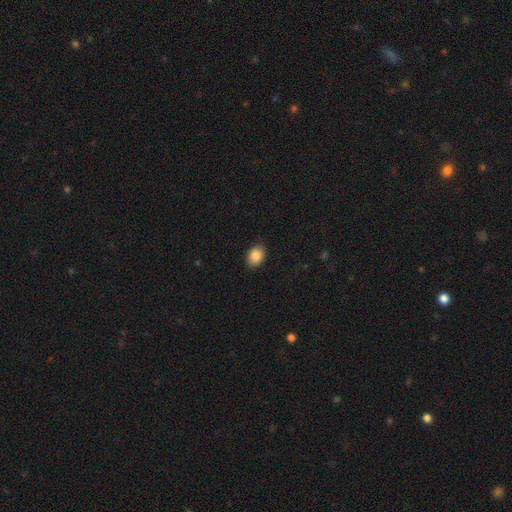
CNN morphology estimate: smooth_or_featured: smooth (p=0.88) [alt: star or artifact p=0.08]
how_rounded: in between (p=0.75) [alt: round p=0.24]
merging: none (p=0.86) [alt: minor disturbance p=0.11]